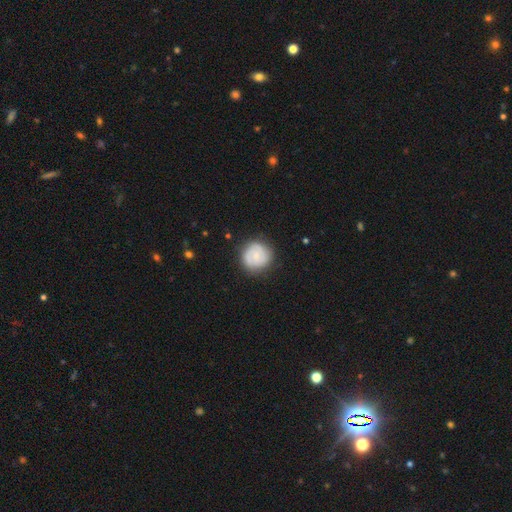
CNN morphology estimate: Smooth or featured?
  - smooth: 50% *
  - featured or disk: 43%
  - star or artifact: 7%
Merging?
  - none: 82% *
  - minor disturbance: 13%
  - major disturbance: 4%
  - merger: 1%